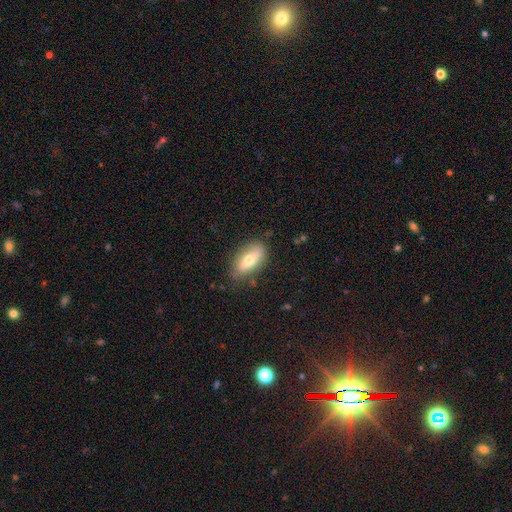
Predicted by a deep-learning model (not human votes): This appears to be a smooth galaxy with no disk features (58%) that is in between round and cigar-shaped (81%). Merging: none (76%).